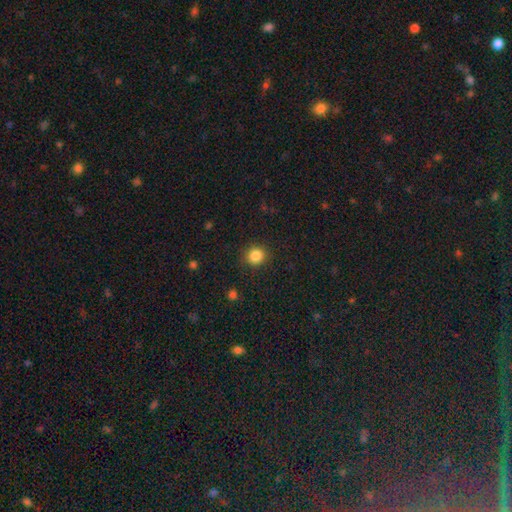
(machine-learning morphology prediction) smooth_or_featured: smooth (p=0.85) [alt: star or artifact p=0.11]
how_rounded: round (p=0.89) [alt: in between p=0.10]
merging: none (p=0.88) [alt: minor disturbance p=0.08]